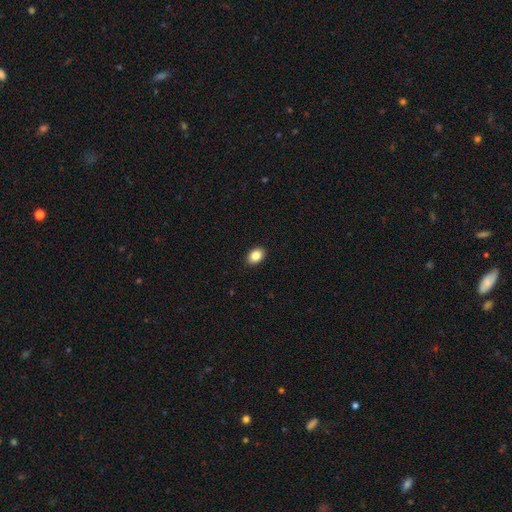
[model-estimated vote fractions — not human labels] Overall: smooth (86%). How rounded: in between (77%). Merging: none (91%).